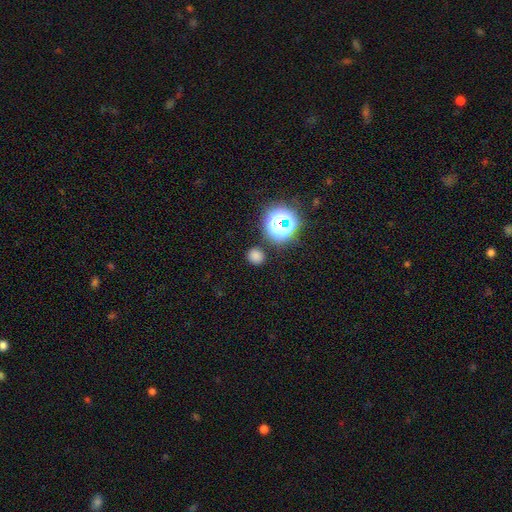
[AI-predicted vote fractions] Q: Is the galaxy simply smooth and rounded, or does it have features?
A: smooth — 72%.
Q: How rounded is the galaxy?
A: round — 84%.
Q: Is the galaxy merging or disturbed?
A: none — 84%.